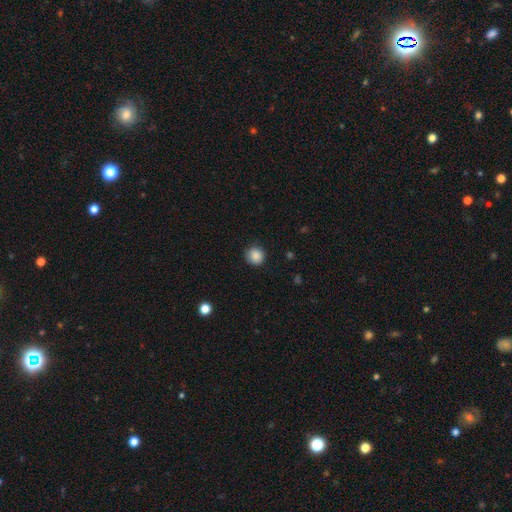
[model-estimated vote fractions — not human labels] Smooth or featured: smooth — 87% (star or artifact — 9%)
How rounded: round — 92% (in between — 7%)
Merging: none — 84% (minor disturbance — 12%)